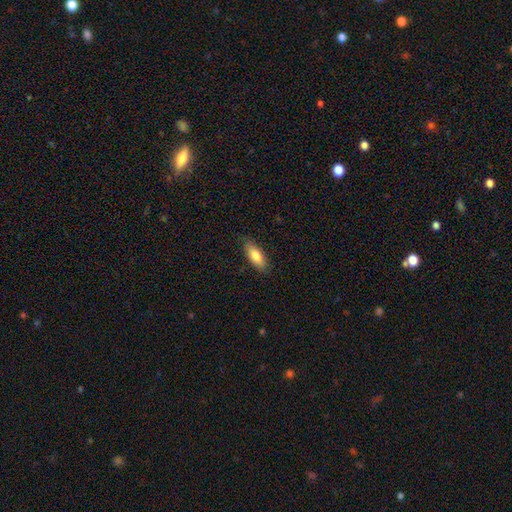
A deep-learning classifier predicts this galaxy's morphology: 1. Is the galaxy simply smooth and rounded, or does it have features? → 81% smooth, 13% featured or disk, 6% star or artifact.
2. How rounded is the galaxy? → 76% in between, 22% cigar-shaped, 2% round.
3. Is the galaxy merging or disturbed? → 85% none, 12% minor disturbance, 2% major disturbance, 1% merger.